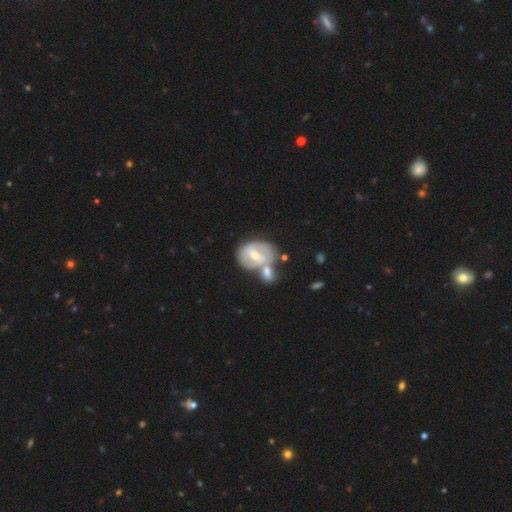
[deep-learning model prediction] A featured or disk galaxy (63%) with a weak bar (46%), spiral arms (59%) and a moderate central bulge (57%).

Vote fractions:
- Smooth or featured? featured or disk: 63% / smooth: 31% / star or artifact: 6%
- Edge-on disk? no: 96% / yes: 4%
- Bar? weak: 46% / strong: 32% / no: 22%
- Spiral arms? yes: 59% / no: 41%
- Bulge size? moderate: 57% / small: 36% / large: 4% / none: 2% / dominant: 1%
- Merging? merger: 51% / none: 29% / minor disturbance: 13% / major disturbance: 7%